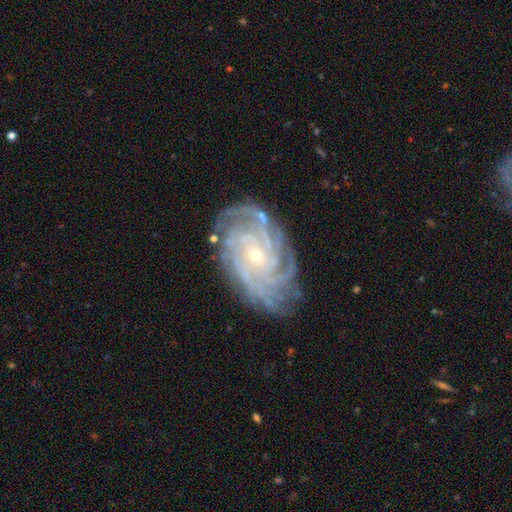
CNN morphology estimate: featured or disk 90%, star or artifact 5%, smooth 4%. Down the decision tree: edge-on disk — no (97%); bar — no (72%); spiral arms — yes (98%); spiral arm count — more than 4 (30%); spiral winding — tight (78%); bulge size — small (77%); merging — none (80%).